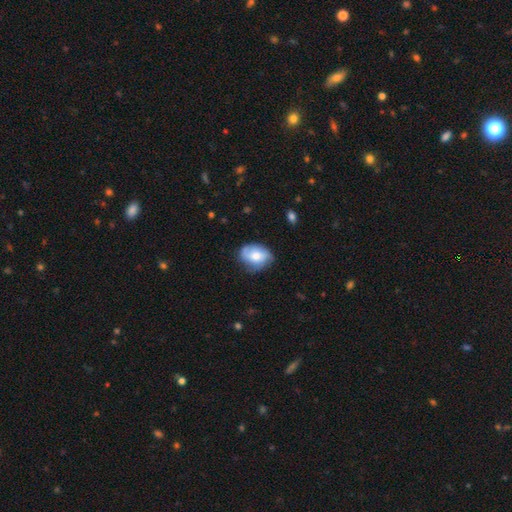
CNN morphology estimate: smooth-or-featured: smooth: 54% | featured or disk: 38% | star or artifact: 7%
  how-rounded: in between: 71% | round: 28% | cigar-shaped: 1%
  merging: none: 64% | minor disturbance: 27% | major disturbance: 8% | merger: 2%